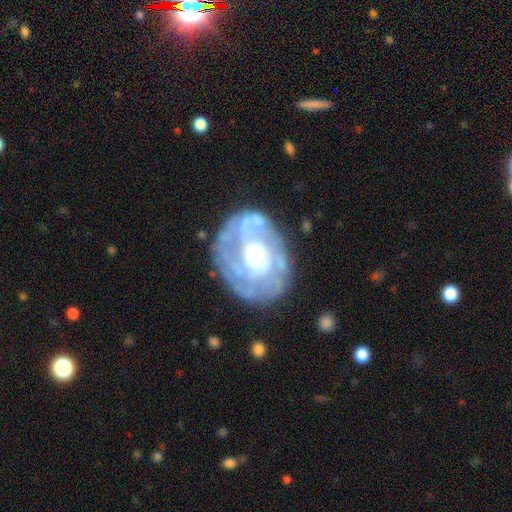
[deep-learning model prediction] Smooth or featured: featured or disk — 83% (smooth — 12%)
Edge-on disk: no — 97% (yes — 3%)
Bar: no — 75% (weak — 19%)
Spiral arms: yes — 86% (no — 14%)
Spiral winding: tight — 65% (medium — 26%)
Spiral arm count: can't tell — 40% (2 — 24%)
Bulge size: moderate — 53% (small — 35%)
Merging: none — 73% (minor disturbance — 17%)